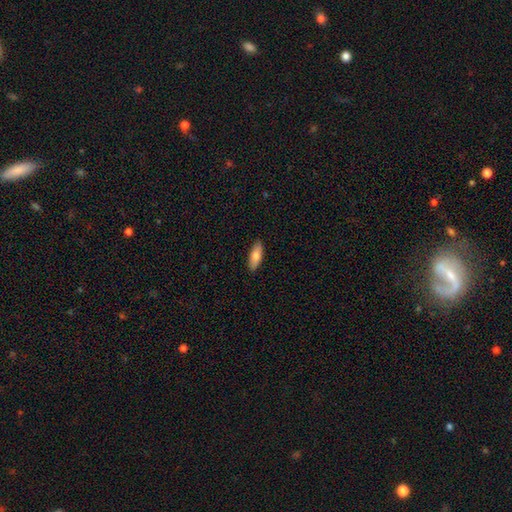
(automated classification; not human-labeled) This is likely a smooth galaxy (75%). How rounded: likely in between (66%). Merging: clearly none (89%).